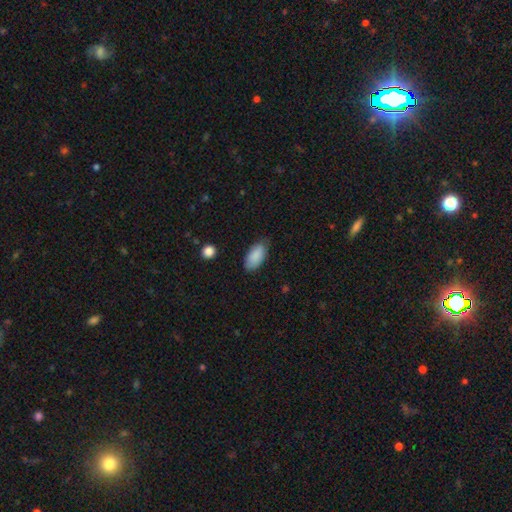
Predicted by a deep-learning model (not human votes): Morphology: type=smooth (88%); roundness=in between (93%); merging=none (74%).